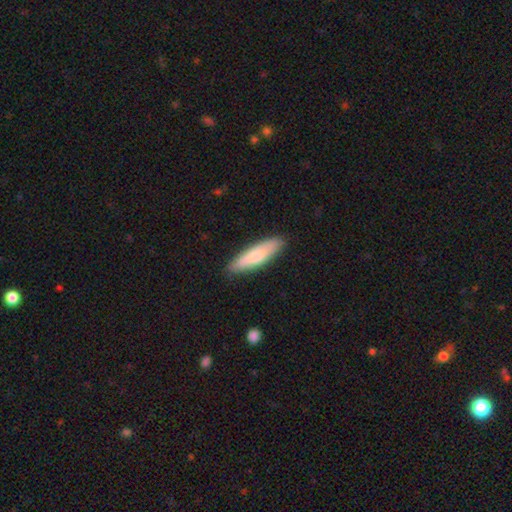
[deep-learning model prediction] smooth-or-featured: smooth: 75% | featured or disk: 20% | star or artifact: 5%
  how-rounded: cigar-shaped: 64% | in between: 34% | round: 2%
  merging: none: 88% | minor disturbance: 10% | major disturbance: 2% | merger: 1%